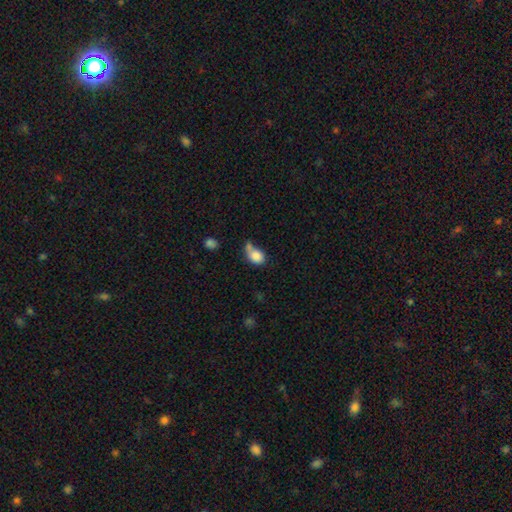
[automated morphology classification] Smooth or featured: smooth — 82% (featured or disk — 10%)
How rounded: in between — 60% (round — 38%)
Merging: none — 32% (merger — 28%)